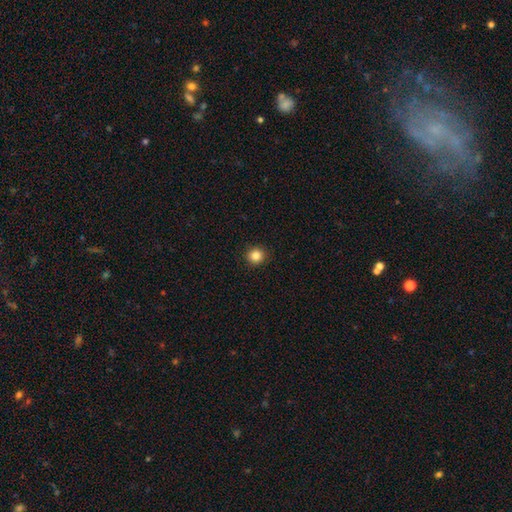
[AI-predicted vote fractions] Smooth or featured?
  - smooth: 85% *
  - star or artifact: 11%
  - featured or disk: 4%
How rounded?
  - round: 93% *
  - in between: 6%
  - cigar-shaped: 1%
Merging?
  - none: 93% *
  - minor disturbance: 5%
  - major disturbance: 2%
  - merger: 1%